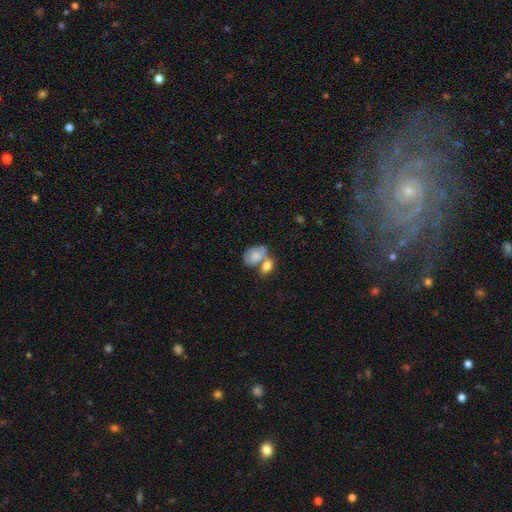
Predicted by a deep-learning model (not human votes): A smooth galaxy with no disk features (72%) that is in between round and cigar-shaped (79%). Merging: merger (56%).